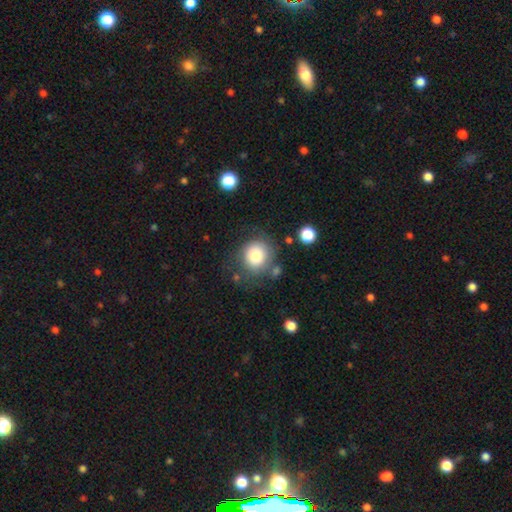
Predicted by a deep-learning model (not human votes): smooth-or-featured: smooth: 79% | featured or disk: 12% | star or artifact: 10%
  how-rounded: round: 86% | in between: 13% | cigar-shaped: 1%
  merging: none: 70% | minor disturbance: 16% | major disturbance: 8% | merger: 6%